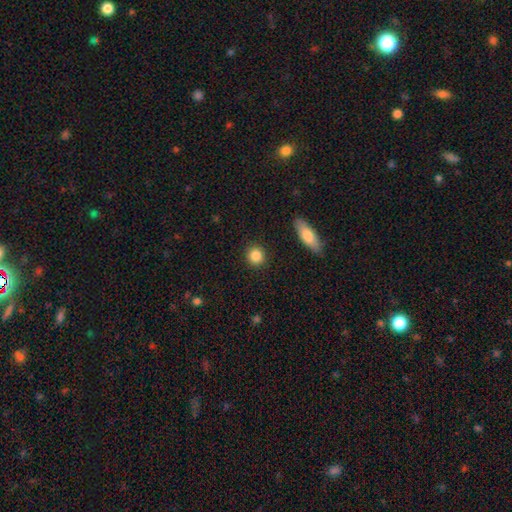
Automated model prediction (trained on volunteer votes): This is clearly a smooth galaxy (86%). How rounded: clearly round (89%). Merging: clearly none (91%).